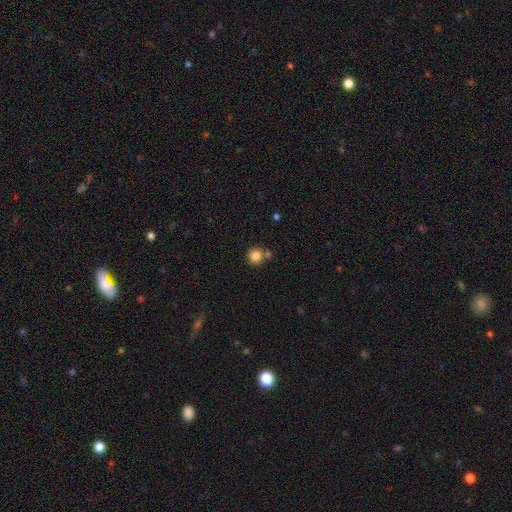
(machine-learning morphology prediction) Smooth or featured?
  - smooth: 84% *
  - star or artifact: 11%
  - featured or disk: 5%
How rounded?
  - round: 93% *
  - in between: 6%
  - cigar-shaped: 1%
Merging?
  - none: 69% *
  - merger: 17%
  - minor disturbance: 11%
  - major disturbance: 3%